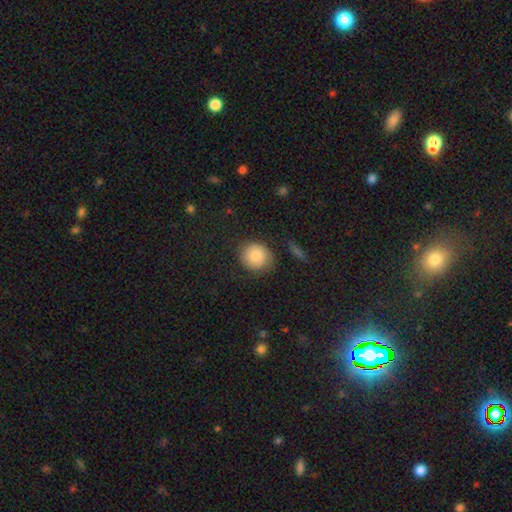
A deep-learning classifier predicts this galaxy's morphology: Smooth or featured?
  - smooth: 78% *
  - featured or disk: 14%
  - star or artifact: 9%
How rounded?
  - round: 86% *
  - in between: 13%
  - cigar-shaped: 1%
Merging?
  - none: 77% *
  - minor disturbance: 16%
  - major disturbance: 6%
  - merger: 2%